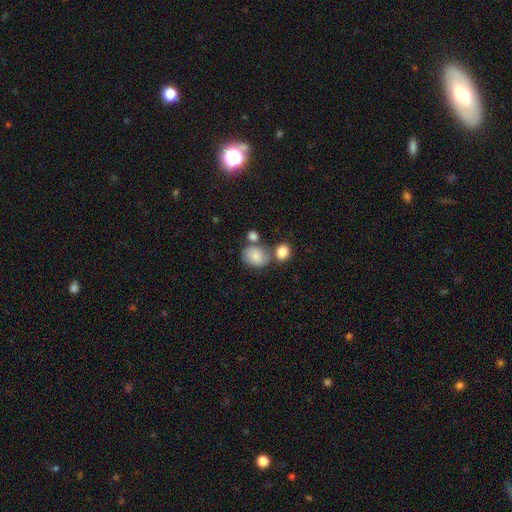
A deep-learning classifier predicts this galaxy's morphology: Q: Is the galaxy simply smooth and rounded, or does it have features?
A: smooth — 79%.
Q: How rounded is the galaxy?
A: in between — 56%.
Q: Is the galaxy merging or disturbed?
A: none — 51%.